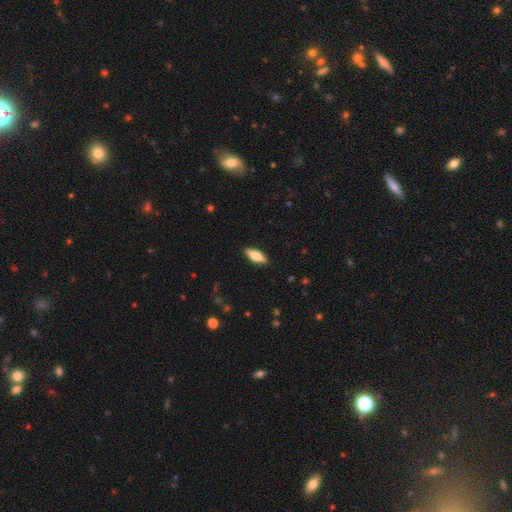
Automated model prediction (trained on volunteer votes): smooth_or_featured: smooth (p=0.69) [alt: featured or disk p=0.25]
how_rounded: in between (p=0.64) [alt: cigar-shaped p=0.34]
merging: none (p=0.89) [alt: minor disturbance p=0.08]